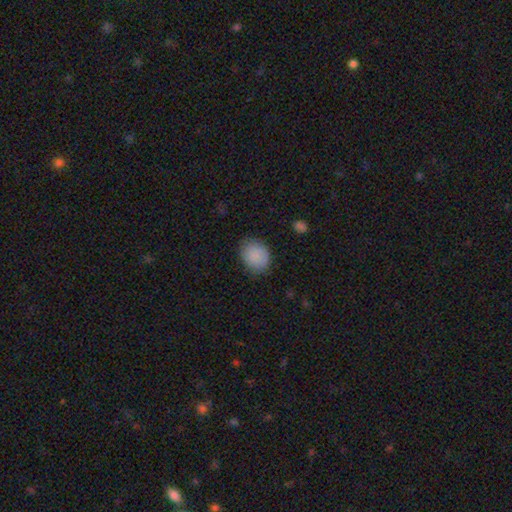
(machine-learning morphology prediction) A smooth galaxy with no disk features (87%) that is round (56%). Merging: none (78%).